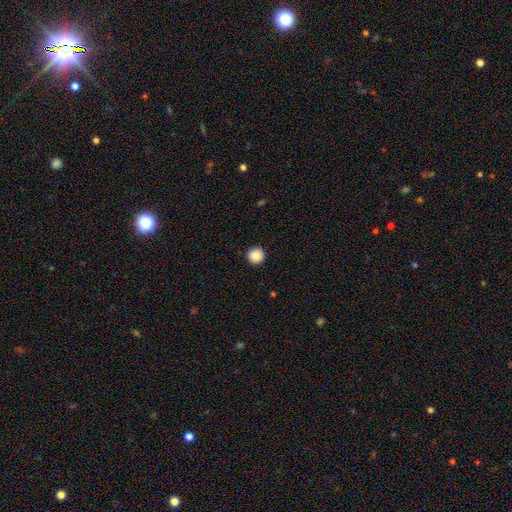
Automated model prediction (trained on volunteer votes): smooth_or_featured: smooth (p=0.88) [alt: star or artifact p=0.09]
how_rounded: round (p=0.96) [alt: in between p=0.03]
merging: none (p=0.93) [alt: minor disturbance p=0.05]